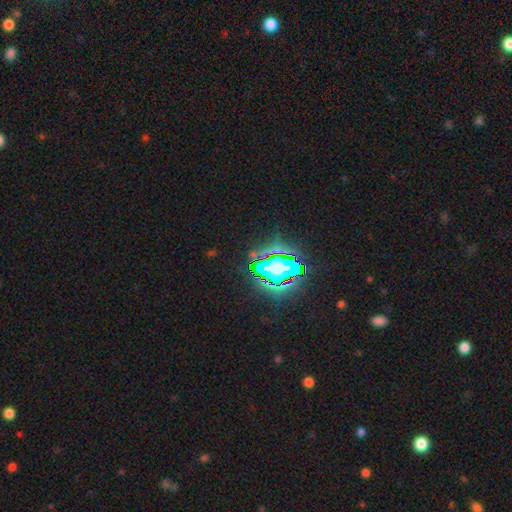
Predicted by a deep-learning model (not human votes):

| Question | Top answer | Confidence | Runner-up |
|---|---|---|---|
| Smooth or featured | star or artifact | 64% | smooth (19%) |